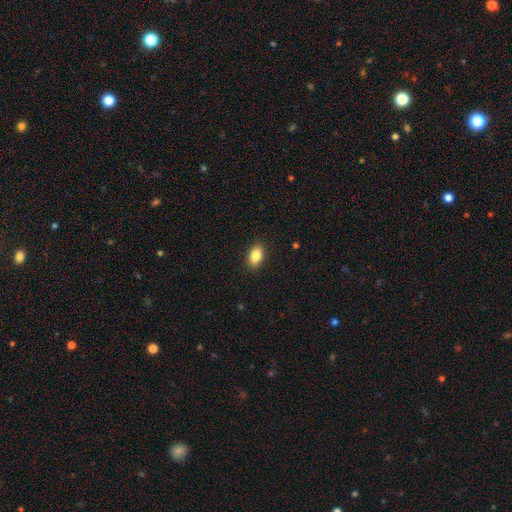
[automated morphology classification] Smooth or featured?
  - smooth: 86% *
  - star or artifact: 8%
  - featured or disk: 6%
How rounded?
  - in between: 88% *
  - round: 10%
  - cigar-shaped: 2%
Merging?
  - none: 89% *
  - minor disturbance: 8%
  - major disturbance: 2%
  - merger: 1%